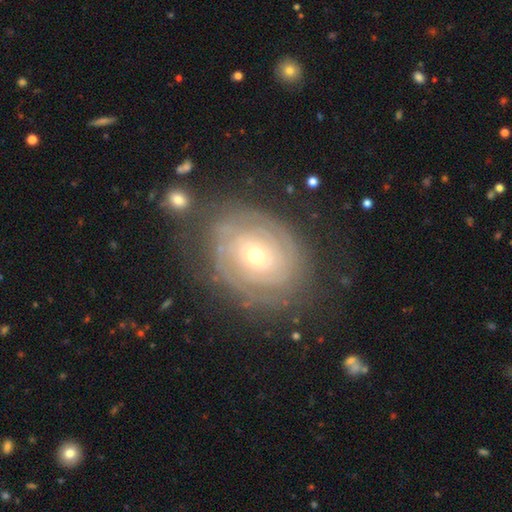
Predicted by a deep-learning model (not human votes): Smooth or featured? Predicted: featured or disk (p=0.81). Edge-on disk? Predicted: no (p=0.96). Bar? Predicted: no (p=0.77). Spiral arms? Predicted: yes (p=0.89). Spiral winding? Predicted: tight (p=0.82). Spiral arm count? Predicted: can't tell (p=0.44). Bulge size? Predicted: small (p=0.59). Merging? Predicted: none (p=0.73).